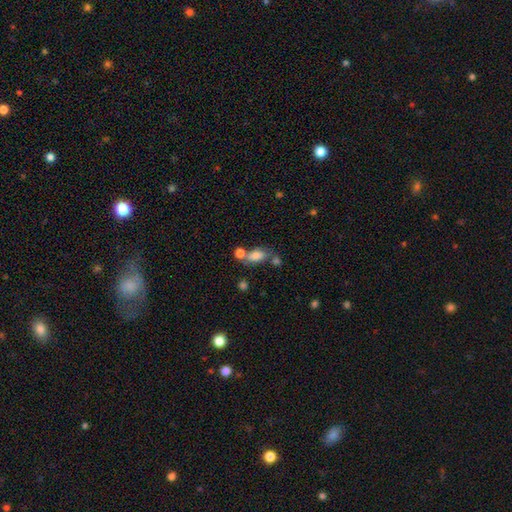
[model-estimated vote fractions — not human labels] This appears to be a smooth galaxy with no disk features (80%) that is in between round and cigar-shaped (83%). Merging: none (47%).